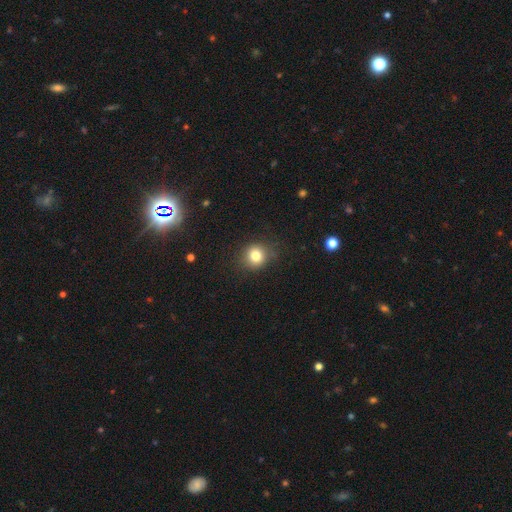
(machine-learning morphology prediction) This is likely a smooth galaxy (80%). How rounded: clearly round (84%). Merging: clearly none (82%).